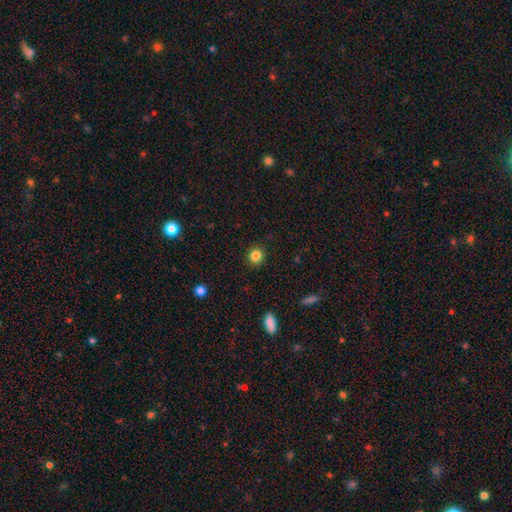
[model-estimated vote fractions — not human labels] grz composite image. It shows a smooth galaxy with no disk features (84%) that is round (88%). Merging: none (91%).